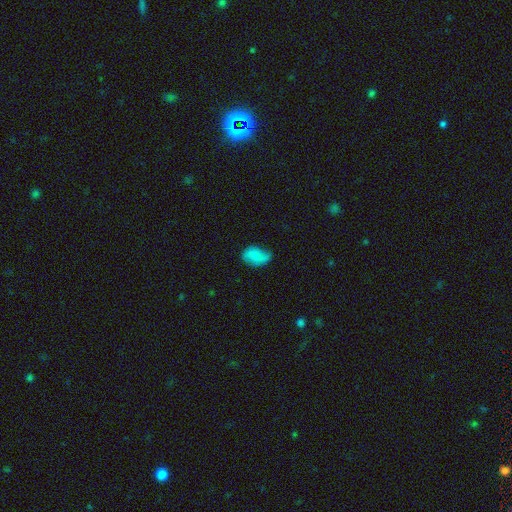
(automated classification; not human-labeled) A smooth galaxy with no disk features (67%) that is in between round and cigar-shaped (88%). Merging: none (58%).